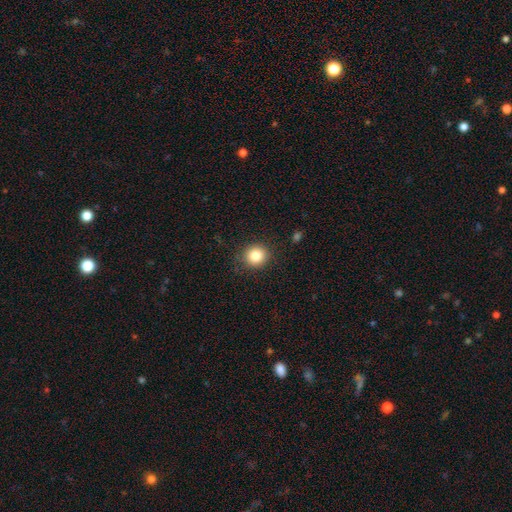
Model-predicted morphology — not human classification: smooth 84%, star or artifact 10%, featured or disk 6%. Down the decision tree: how rounded — round (89%); merging — none (88%).